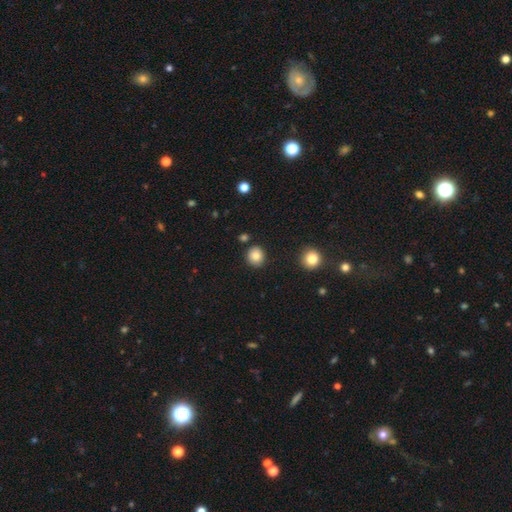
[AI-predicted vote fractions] Smooth or featured: smooth — 86% (star or artifact — 10%)
How rounded: round — 86% (in between — 13%)
Merging: none — 87% (minor disturbance — 8%)